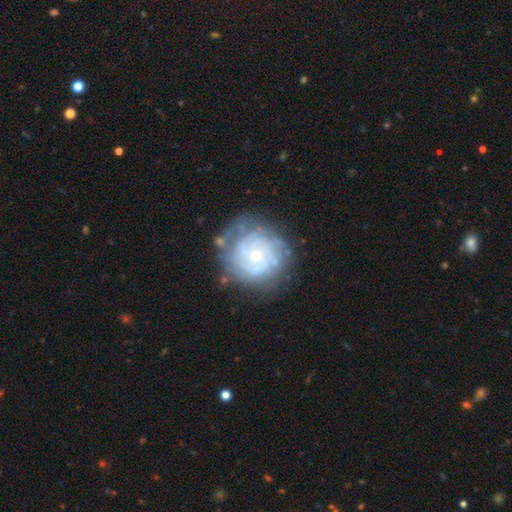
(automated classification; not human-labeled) Morphology: type=featured or disk (74%); edge-on=no (98%); bar=no (81%); spiral arms=yes (82%); winding=tight (73%); arm count=can't tell (50%); bulge=small (73%); merging=none (67%).